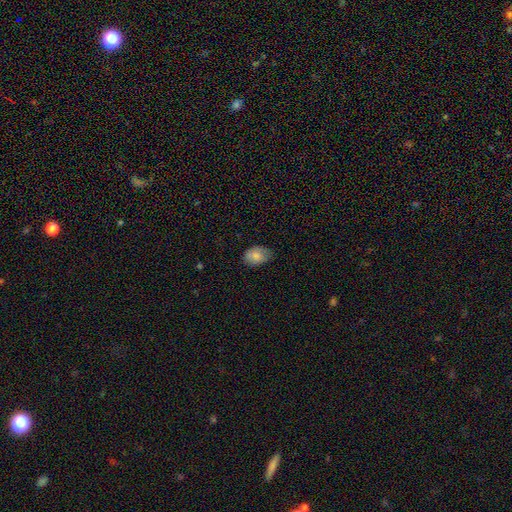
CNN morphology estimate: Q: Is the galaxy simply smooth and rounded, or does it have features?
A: smooth — 83%.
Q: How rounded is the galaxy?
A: in between — 84%.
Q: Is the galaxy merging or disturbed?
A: none — 67%.